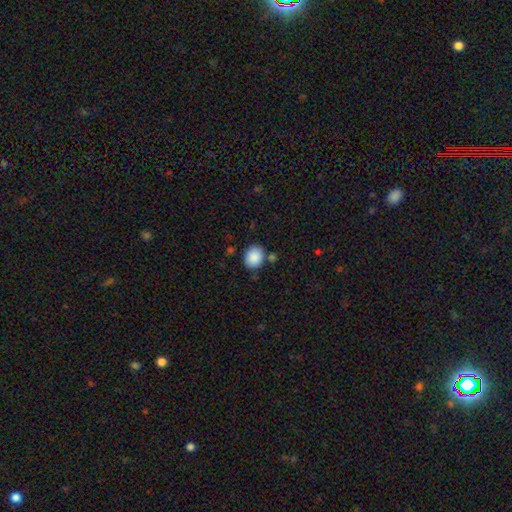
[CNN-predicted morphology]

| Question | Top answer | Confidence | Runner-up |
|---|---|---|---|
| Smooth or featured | smooth | 88% | star or artifact (8%) |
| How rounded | round | 59% | in between (40%) |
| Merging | none | 78% | minor disturbance (12%) |